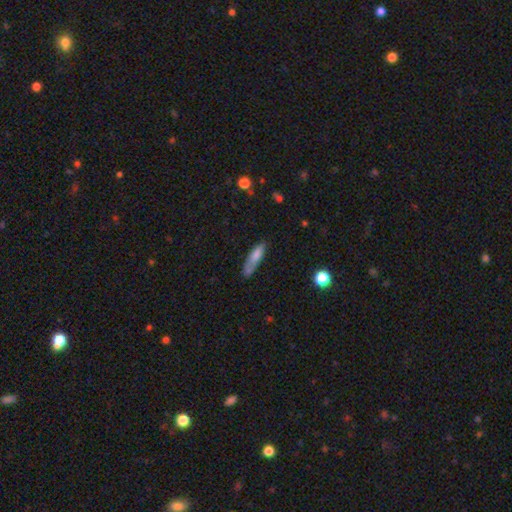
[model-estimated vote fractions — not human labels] Smooth or featured? smooth (76%)
How rounded? cigar-shaped (67%)
Merging? none (55%)